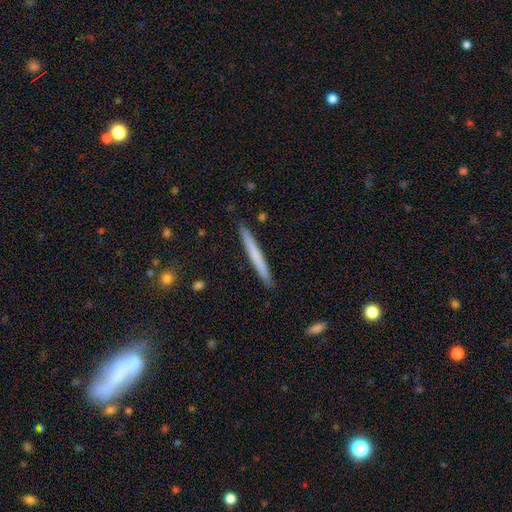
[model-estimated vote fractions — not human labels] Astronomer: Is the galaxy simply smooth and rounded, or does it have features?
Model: smooth — 61%.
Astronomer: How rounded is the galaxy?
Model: cigar-shaped — 97%.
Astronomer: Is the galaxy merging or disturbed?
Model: none — 91%.